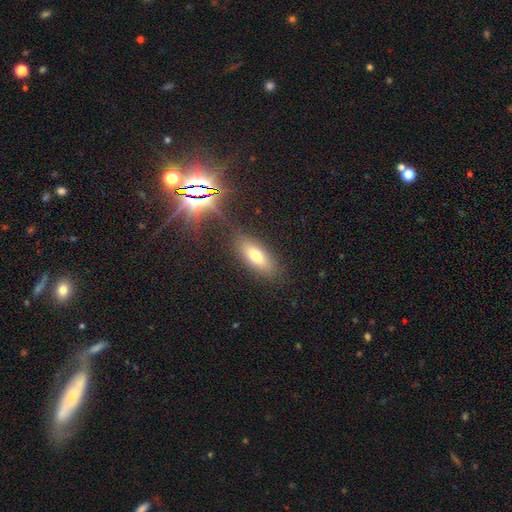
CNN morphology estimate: A smooth galaxy with no disk features (69%) that is in between round and cigar-shaped (72%). Merging: none (82%).